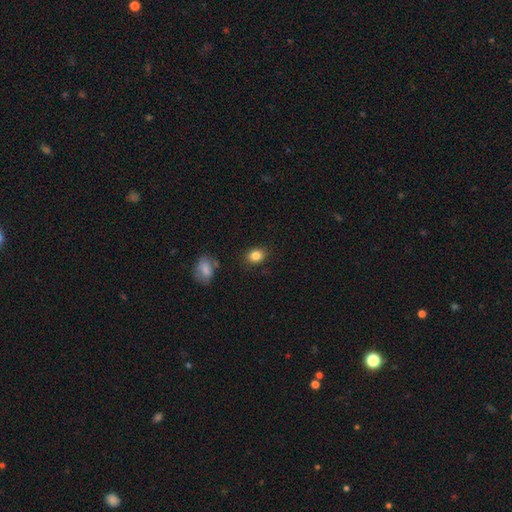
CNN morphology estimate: Smooth or featured?
  - smooth: 84% *
  - star or artifact: 10%
  - featured or disk: 6%
How rounded?
  - round: 51% *
  - in between: 48%
  - cigar-shaped: 1%
Merging?
  - none: 84% *
  - minor disturbance: 11%
  - major disturbance: 3%
  - merger: 2%